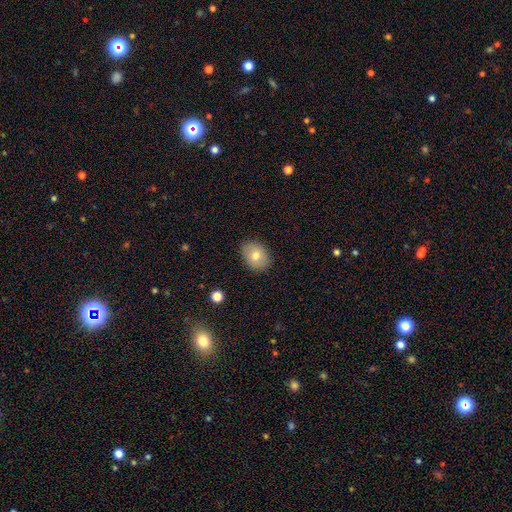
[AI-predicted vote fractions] This is likely a smooth galaxy (76%). How rounded: likely in between (64%). Merging: clearly none (86%).